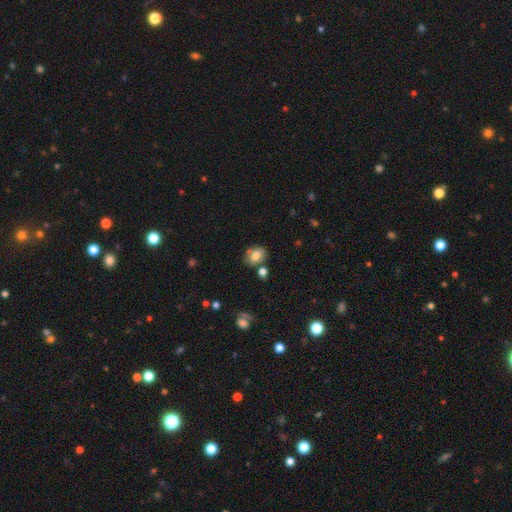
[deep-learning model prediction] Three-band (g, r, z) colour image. It shows a smooth galaxy with no disk features (74%) that is in between round and cigar-shaped (74%). Merging: none (68%).